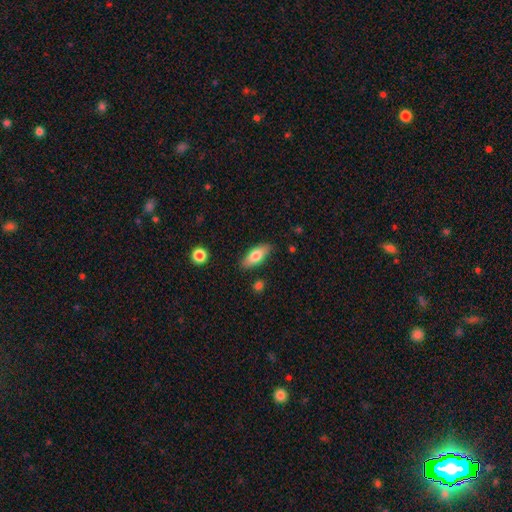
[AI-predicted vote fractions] Smooth or featured: smooth — 75% (featured or disk — 19%)
How rounded: in between — 79% (cigar-shaped — 19%)
Merging: none — 84% (minor disturbance — 12%)